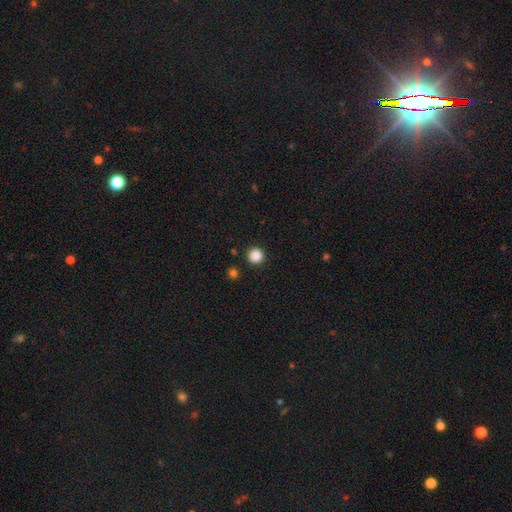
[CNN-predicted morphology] A smooth galaxy with no disk features (86%) that is round (96%). Merging: none (92%).